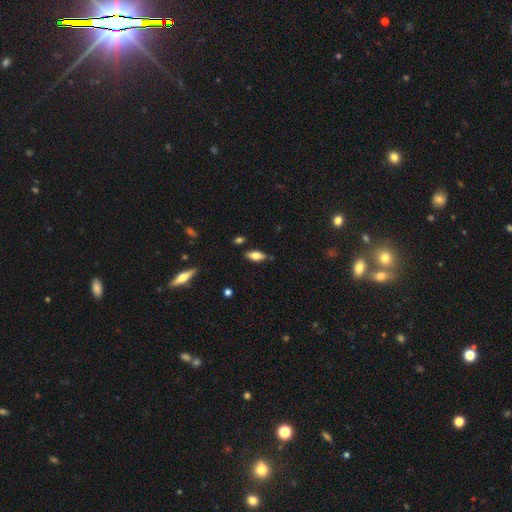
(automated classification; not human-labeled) Q: Smooth or featured?
A: smooth (65%); runner-up: featured or disk (27%)
Q: How rounded?
A: in between (79%); runner-up: cigar-shaped (18%)
Q: Merging?
A: none (80%); runner-up: minor disturbance (14%)